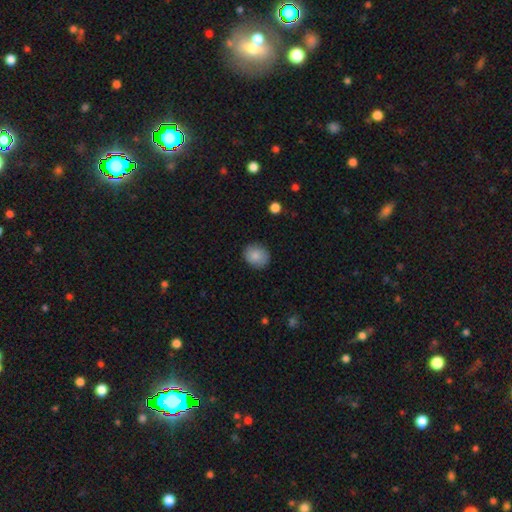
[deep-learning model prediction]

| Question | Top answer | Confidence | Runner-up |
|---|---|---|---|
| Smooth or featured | smooth | 85% | star or artifact (8%) |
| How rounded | round | 76% | in between (23%) |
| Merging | none | 86% | minor disturbance (10%) |